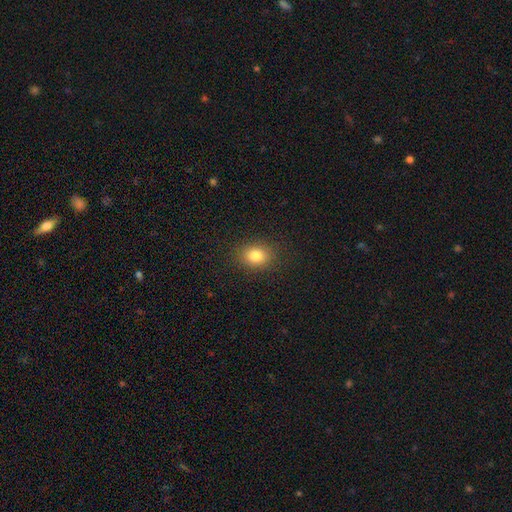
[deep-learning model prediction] A smooth galaxy with no disk features (81%) that is in between round and cigar-shaped (51%).

Vote fractions:
- Smooth or featured? smooth: 81% / star or artifact: 11% / featured or disk: 8%
- How rounded? in between: 51% / round: 48% / cigar-shaped: 1%
- Merging? none: 88% / minor disturbance: 8% / major disturbance: 3% / merger: 1%